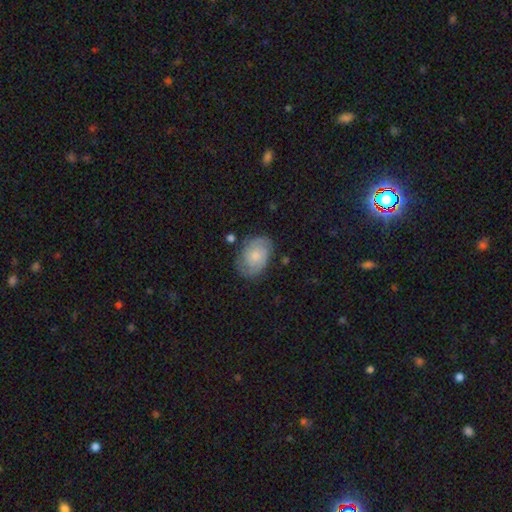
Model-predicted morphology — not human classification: Smooth or featured? Predicted: featured or disk (p=0.56). Edge-on disk? Predicted: no (p=0.97). Bar? Predicted: no (p=0.75). Spiral arms? Predicted: yes (p=0.88). Bulge size? Predicted: small (p=0.48). Merging? Predicted: none (p=0.75).